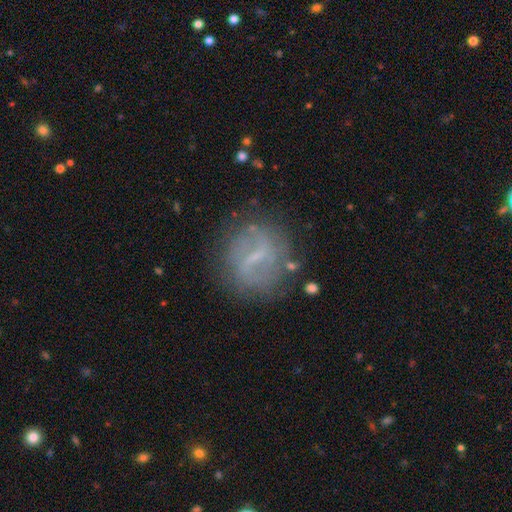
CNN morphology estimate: A featured or disk galaxy (67%) with a weak bar (44%), spiral arms (64%) and a small central bulge (56%).

Vote fractions:
- Smooth or featured? featured or disk: 67% / smooth: 23% / star or artifact: 9%
- Edge-on disk? no: 94% / yes: 6%
- Bar? weak: 44% / strong: 43% / no: 12%
- Spiral arms? yes: 64% / no: 36%
- Bulge size? small: 56% / none: 29% / moderate: 13% / large: 1% / dominant: 1%
- Merging? none: 76% / minor disturbance: 14% / major disturbance: 7% / merger: 3%